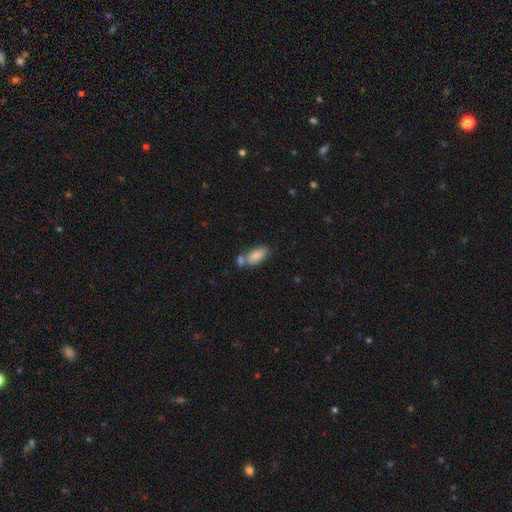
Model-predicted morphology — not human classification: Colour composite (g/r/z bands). It shows a smooth galaxy with no disk features (85%) that is in between round and cigar-shaped (91%). Merging: none (48%).